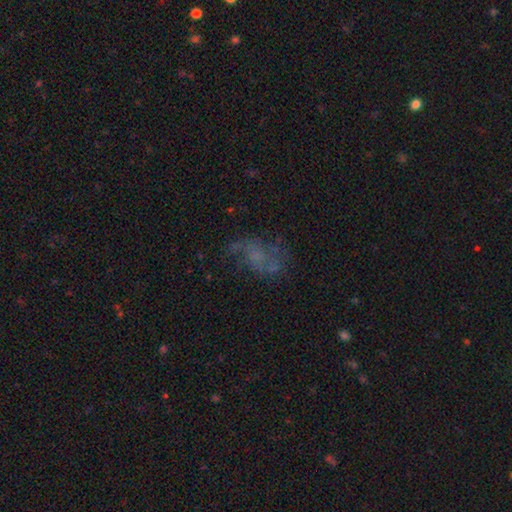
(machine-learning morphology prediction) A featured or disk galaxy (50%). Merging: none (47%).